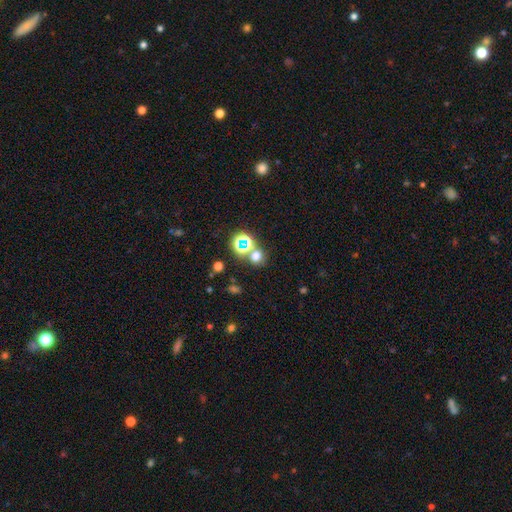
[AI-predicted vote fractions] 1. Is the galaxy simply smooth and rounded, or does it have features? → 58% smooth, 34% star or artifact, 8% featured or disk.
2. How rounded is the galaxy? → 84% round, 15% in between, 1% cigar-shaped.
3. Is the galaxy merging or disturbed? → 66% none, 22% merger, 8% minor disturbance, 4% major disturbance.